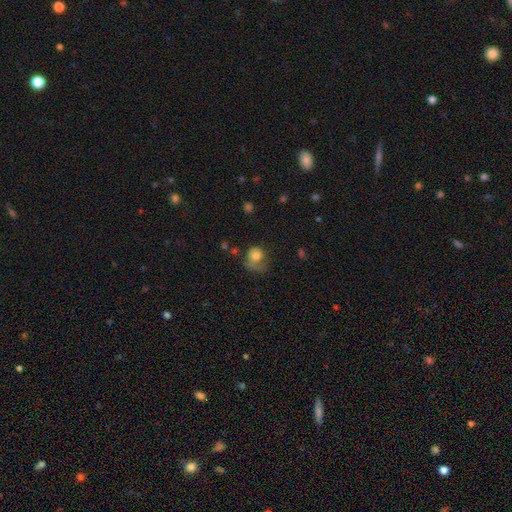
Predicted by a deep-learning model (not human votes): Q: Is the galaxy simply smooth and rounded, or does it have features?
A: smooth — 73%.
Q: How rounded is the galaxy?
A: round — 72%.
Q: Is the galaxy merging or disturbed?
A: major disturbance — 36%.